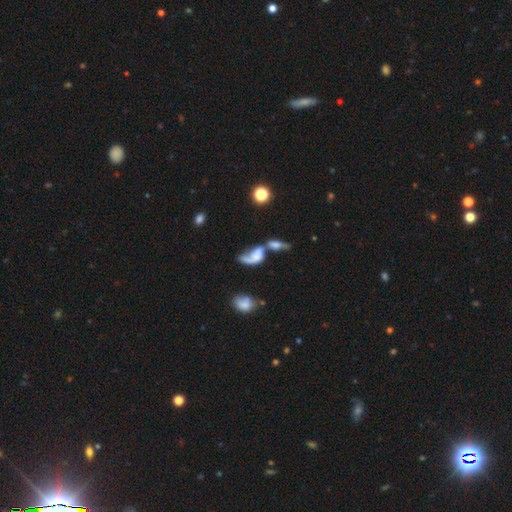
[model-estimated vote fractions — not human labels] A featured or disk galaxy (49%).

Vote fractions:
- Smooth or featured? featured or disk: 49% / smooth: 39% / star or artifact: 12%
- Merging? merger: 57% / major disturbance: 21% / none: 13% / minor disturbance: 9%